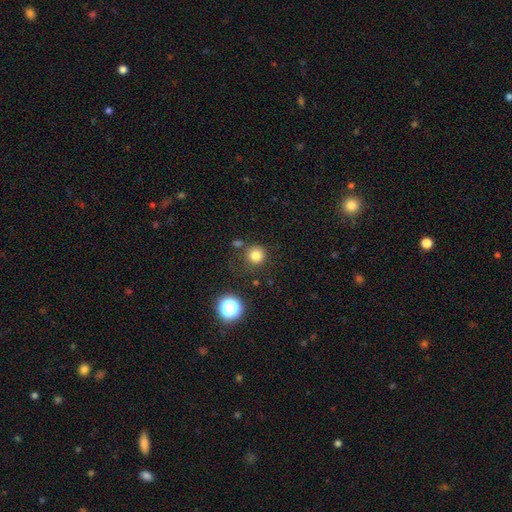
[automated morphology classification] type=smooth (80%); roundness=round (94%); merging=none (81%).